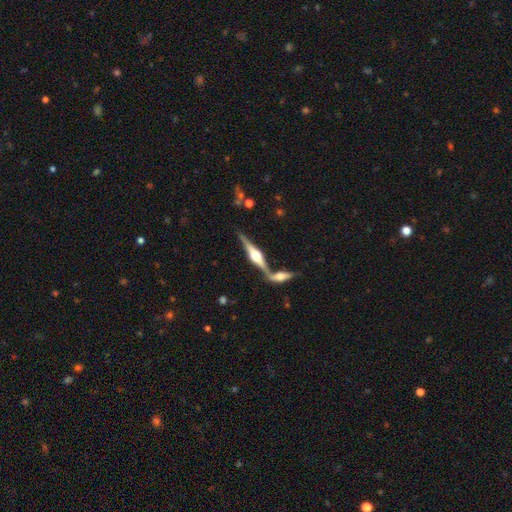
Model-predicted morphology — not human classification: Smooth or featured?
  - featured or disk: 82% *
  - smooth: 13%
  - star or artifact: 5%
Edge-on disk?
  - yes: 97% *
  - no: 3%
Edge-on bulge?
  - rounded: 93% *
  - boxy: 5%
  - none: 2%
Merging?
  - none: 61% *
  - merger: 27%
  - minor disturbance: 9%
  - major disturbance: 3%